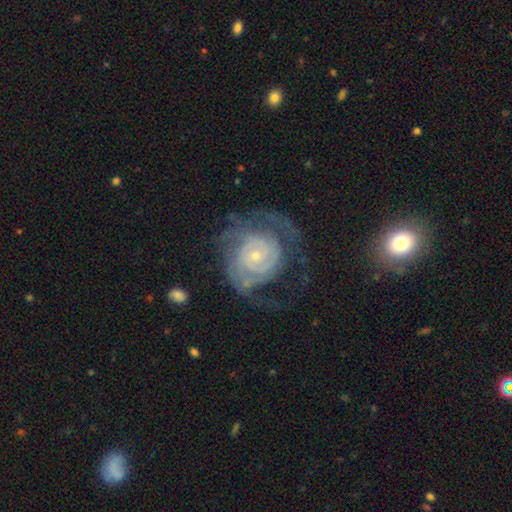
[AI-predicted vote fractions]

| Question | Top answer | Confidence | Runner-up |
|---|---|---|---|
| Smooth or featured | featured or disk | 85% | smooth (9%) |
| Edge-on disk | no | 98% | yes (2%) |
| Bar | no | 77% | weak (18%) |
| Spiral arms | yes | 93% | no (7%) |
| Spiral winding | tight | 67% | medium (25%) |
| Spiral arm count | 2 | 34% | can't tell (32%) |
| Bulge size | small | 75% | moderate (21%) |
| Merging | none | 55% | major disturbance (24%) |